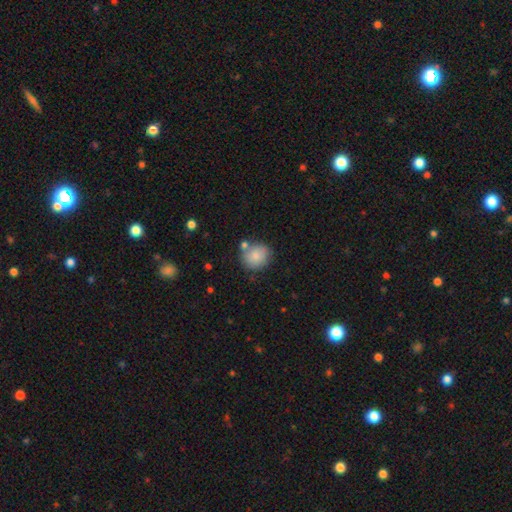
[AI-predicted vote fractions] Smooth or featured?
  - smooth: 84% *
  - featured or disk: 8%
  - star or artifact: 8%
How rounded?
  - round: 84% *
  - in between: 15%
  - cigar-shaped: 1%
Merging?
  - none: 71% *
  - minor disturbance: 14%
  - merger: 11%
  - major disturbance: 4%